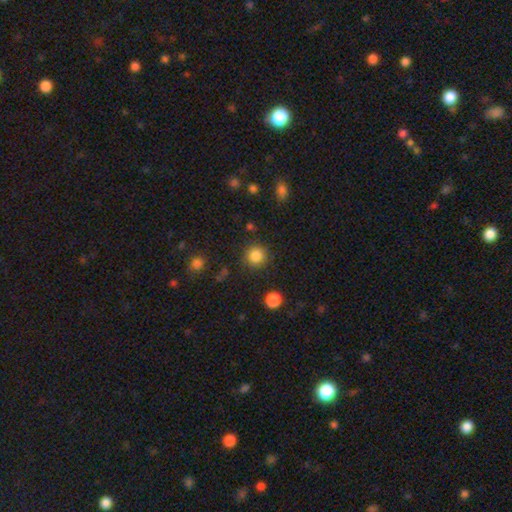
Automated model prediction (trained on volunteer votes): Smooth or featured? Predicted: smooth (p=0.85). How rounded? Predicted: round (p=0.93). Merging? Predicted: none (p=0.87).